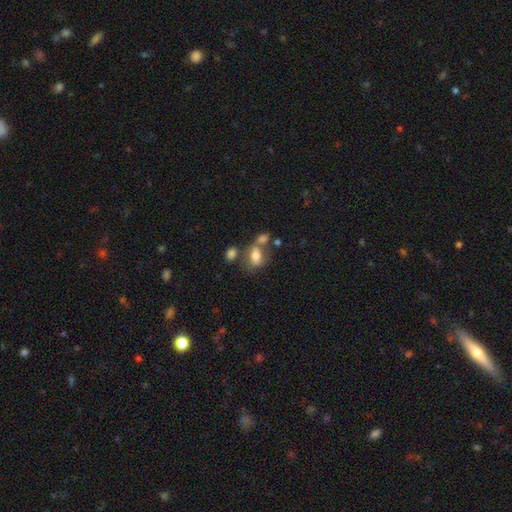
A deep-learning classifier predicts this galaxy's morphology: Q: Smooth or featured?
A: smooth (68%); runner-up: featured or disk (22%)
Q: How rounded?
A: in between (80%); runner-up: round (18%)
Q: Merging?
A: none (39%); runner-up: merger (34%)